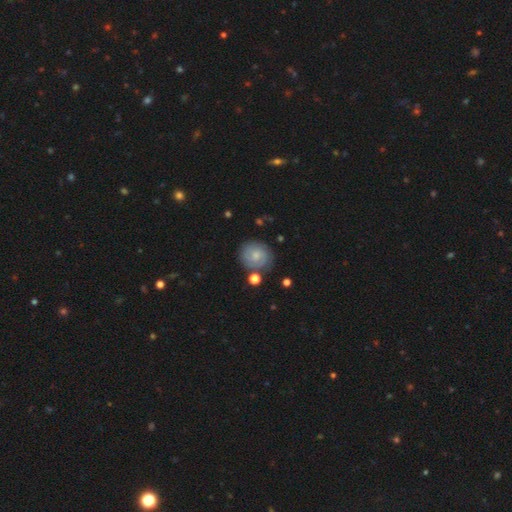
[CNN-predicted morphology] featured or disk 46% (tied), smooth 46% (tied), star or artifact 8%. Down the decision tree: merging — none (77%).